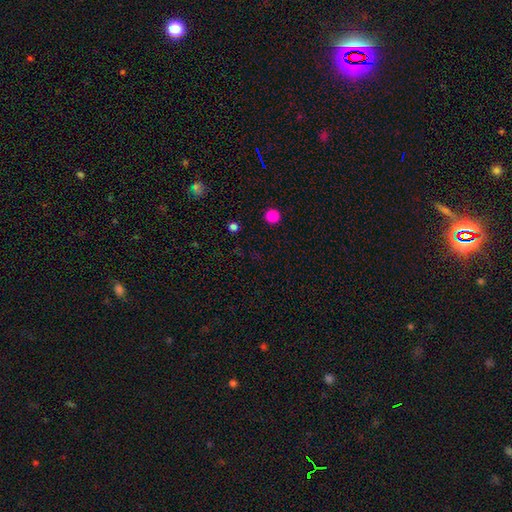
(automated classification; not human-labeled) The model was most divided on "smooth or featured": star or artifact: 50%, smooth: 44%, featured or disk: 6%.